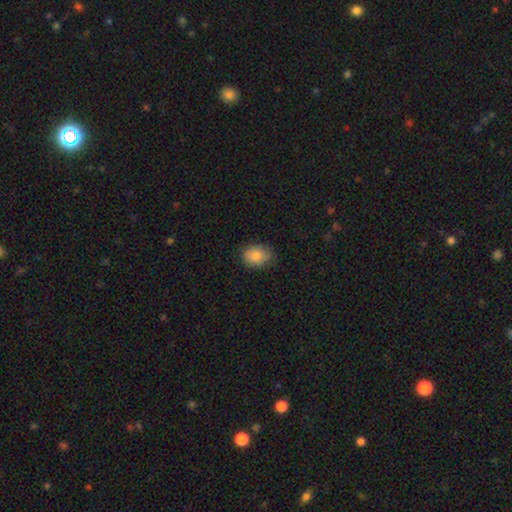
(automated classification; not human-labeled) smooth 85%, star or artifact 8%, featured or disk 7%. Down the decision tree: how rounded — in between (61%); merging — none (80%).